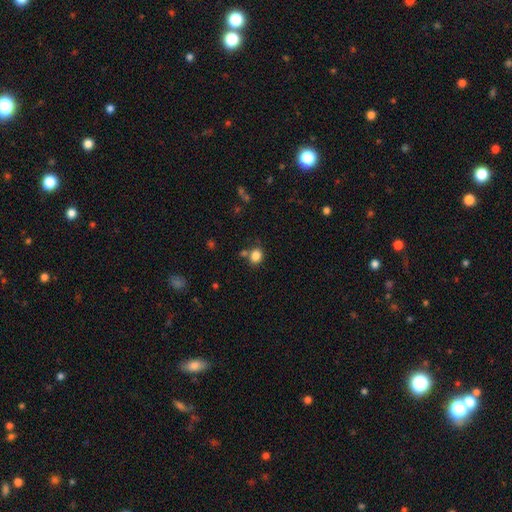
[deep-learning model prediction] Q: Smooth or featured?
A: smooth (84%); runner-up: star or artifact (11%)
Q: How rounded?
A: round (64%); runner-up: in between (35%)
Q: Merging?
A: none (68%); runner-up: merger (14%)